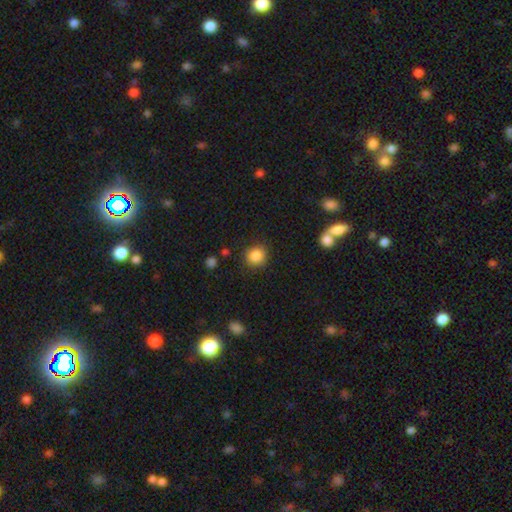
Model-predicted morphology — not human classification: Q: Smooth or featured?
A: smooth (86%); runner-up: star or artifact (10%)
Q: How rounded?
A: round (88%); runner-up: in between (11%)
Q: Merging?
A: none (87%); runner-up: minor disturbance (9%)